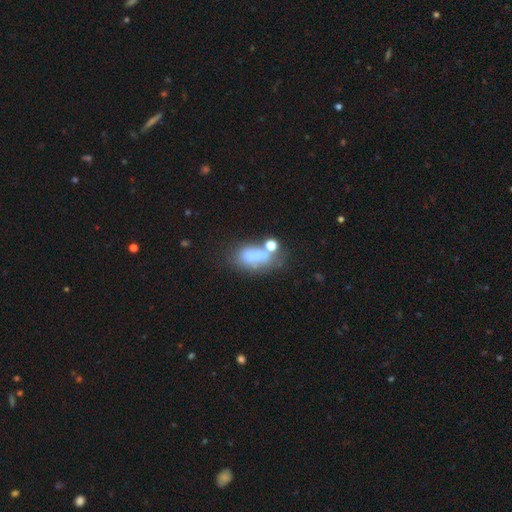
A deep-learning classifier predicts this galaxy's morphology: Q: Smooth or featured?
A: smooth (57%); runner-up: featured or disk (27%)
Q: How rounded?
A: in between (82%); runner-up: round (15%)
Q: Merging?
A: none (33%); runner-up: merger (29%)